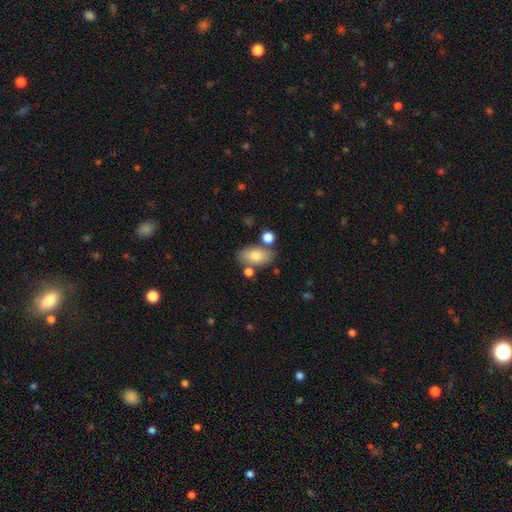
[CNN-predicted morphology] type=smooth (78%); roundness=in between (90%); merging=none (69%).